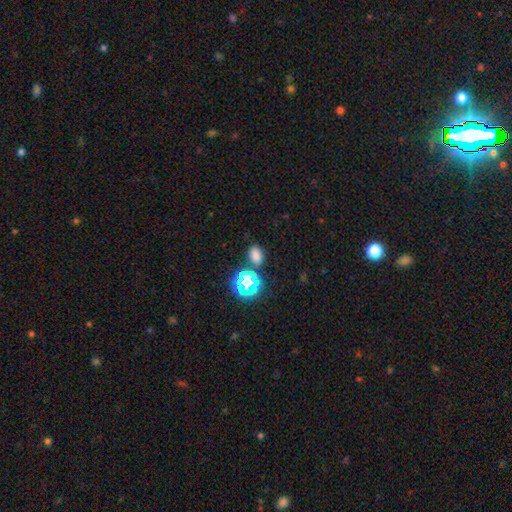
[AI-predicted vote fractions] smooth 69%, star or artifact 25%, featured or disk 6%. Down the decision tree: how rounded — in between (69%); merging — none (78%).